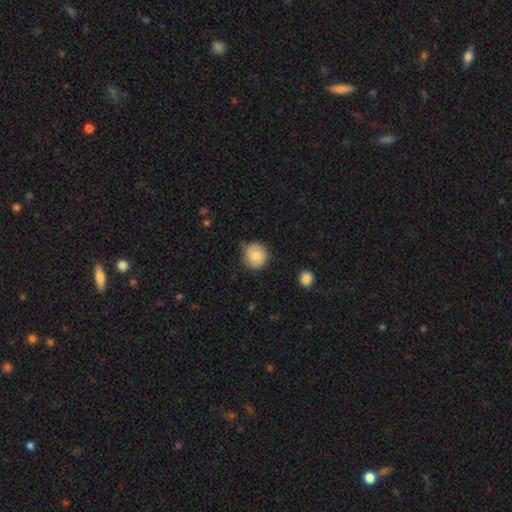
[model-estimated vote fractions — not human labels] Smooth or featured?
  - smooth: 70% *
  - featured or disk: 23%
  - star or artifact: 7%
How rounded?
  - round: 89% *
  - in between: 10%
  - cigar-shaped: 1%
Merging?
  - none: 76% *
  - minor disturbance: 18%
  - major disturbance: 4%
  - merger: 2%